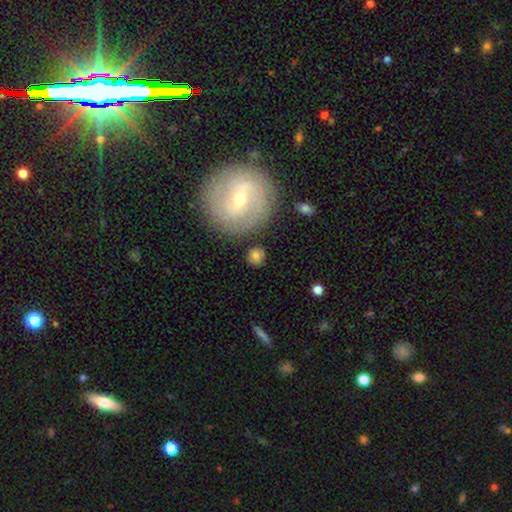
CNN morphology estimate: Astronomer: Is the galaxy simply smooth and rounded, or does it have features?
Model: smooth — 73%.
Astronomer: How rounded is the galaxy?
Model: round — 87%.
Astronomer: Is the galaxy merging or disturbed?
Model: none — 84%.